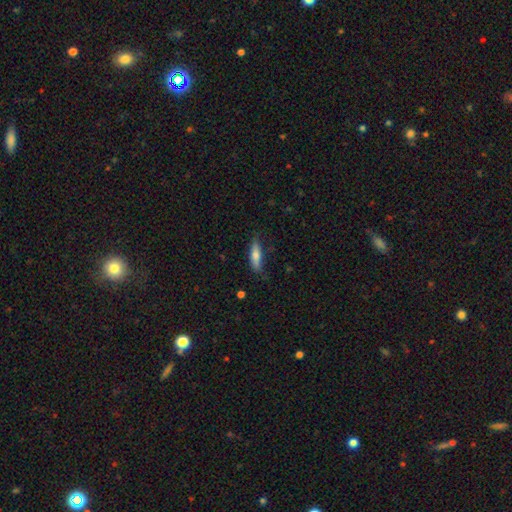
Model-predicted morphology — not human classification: type=smooth (73%); roundness=cigar-shaped (60%); merging=none (73%).